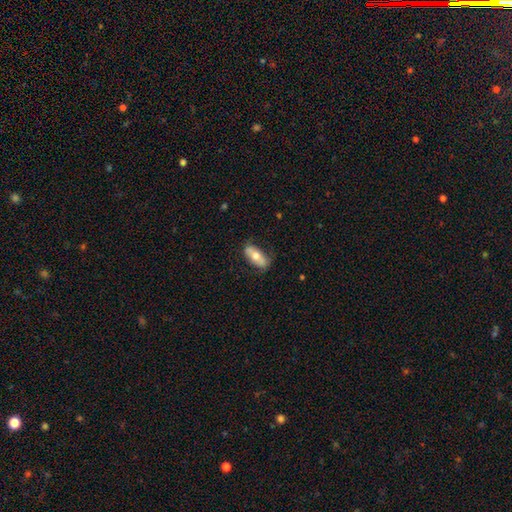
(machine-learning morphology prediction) This is likely a smooth galaxy (62%). How rounded: likely in between (80%). Merging: likely none (76%).